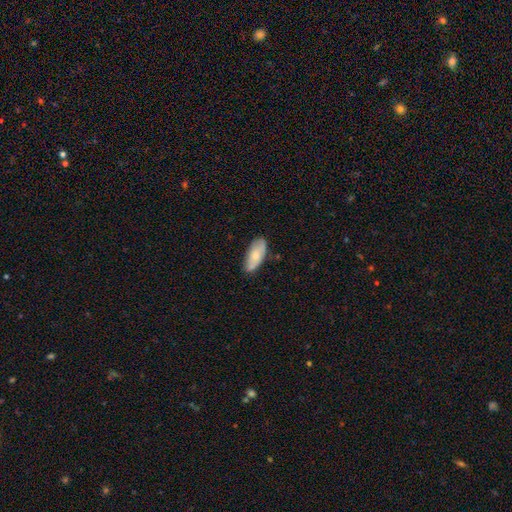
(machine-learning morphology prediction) smooth-or-featured: smooth: 68% | featured or disk: 26% | star or artifact: 6%
  how-rounded: in between: 87% | cigar-shaped: 10% | round: 2%
  merging: none: 67% | minor disturbance: 25% | major disturbance: 4% | merger: 3%